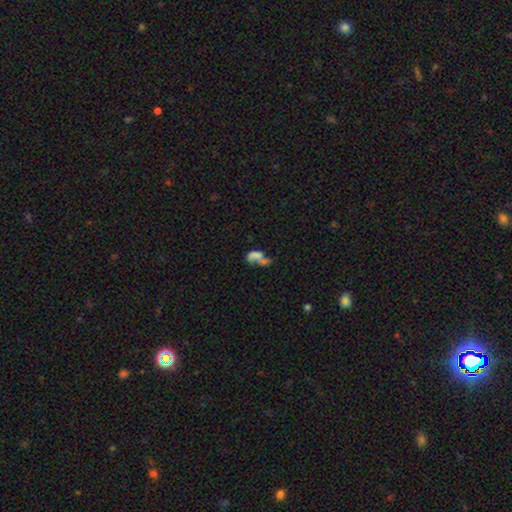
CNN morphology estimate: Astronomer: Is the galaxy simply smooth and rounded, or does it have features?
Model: smooth — 44% (runner-up: featured or disk, 41%).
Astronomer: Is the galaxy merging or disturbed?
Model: merger — 41% (runner-up: major disturbance, 28%).